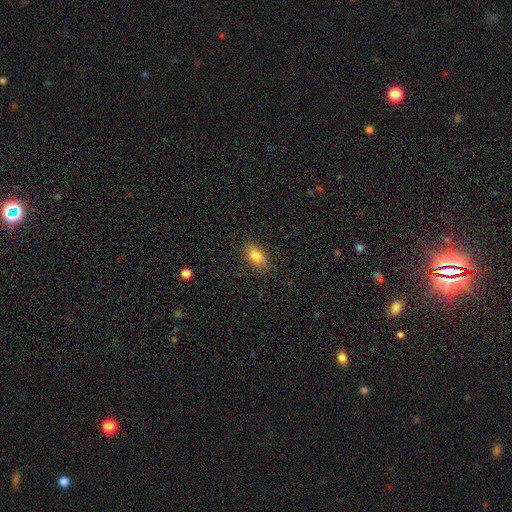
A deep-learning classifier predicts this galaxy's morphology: smooth-or-featured: smooth: 82% | featured or disk: 10% | star or artifact: 8%
  how-rounded: in between: 89% | round: 8% | cigar-shaped: 3%
  merging: none: 85% | minor disturbance: 11% | major disturbance: 3% | merger: 1%